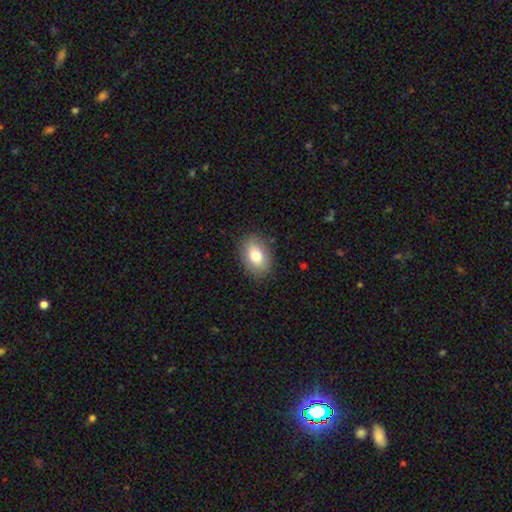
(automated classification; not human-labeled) A smooth galaxy with no disk features (76%) that is in between round and cigar-shaped (77%). Merging: none (86%).